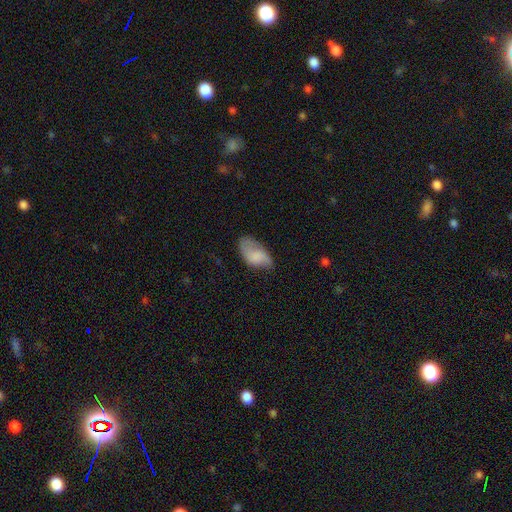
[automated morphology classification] Overall: smooth (62%; featured or disk 30%). How rounded: in between (94%). Merging: none (48%; minor disturbance 34%).